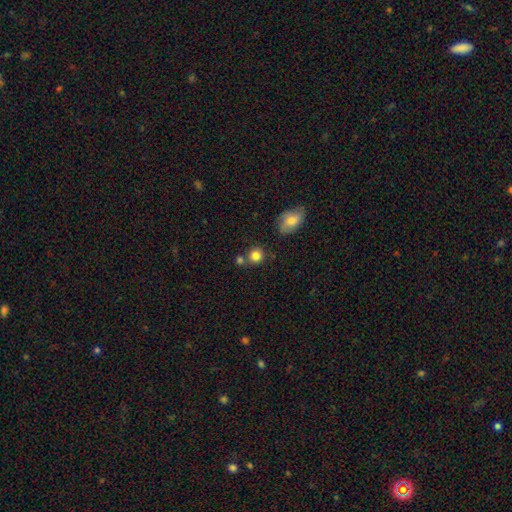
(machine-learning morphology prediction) smooth 83%, star or artifact 11%, featured or disk 7%. Down the decision tree: how rounded — round (86%); merging — none (67%).